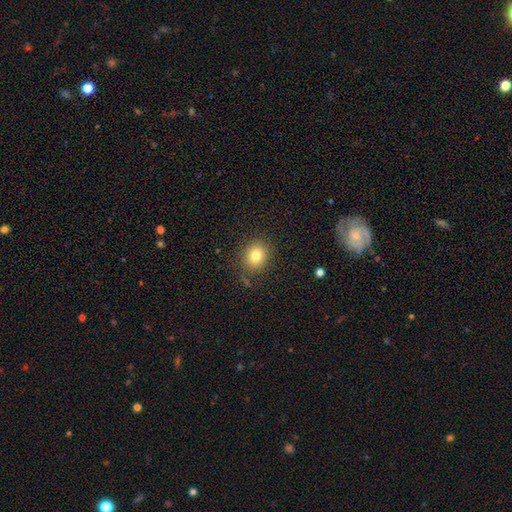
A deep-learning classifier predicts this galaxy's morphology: A smooth galaxy with no disk features (80%) that is round (69%).

Vote fractions:
- Smooth or featured? smooth: 80% / star or artifact: 11% / featured or disk: 9%
- How rounded? round: 69% / in between: 30% / cigar-shaped: 1%
- Merging? none: 85% / minor disturbance: 10% / major disturbance: 3% / merger: 2%